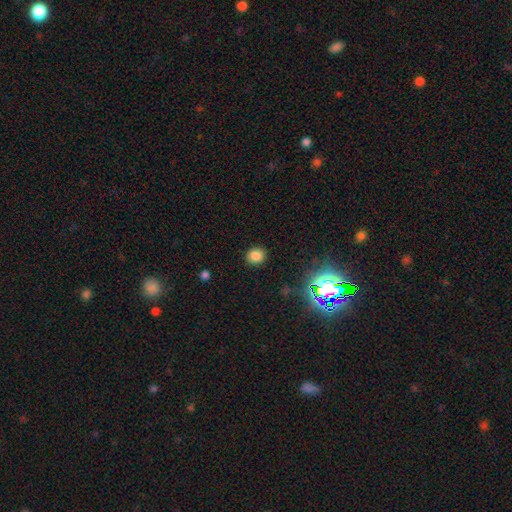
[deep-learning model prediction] Smooth or featured: smooth — 81% (star or artifact — 15%)
How rounded: round — 79% (in between — 20%)
Merging: none — 89% (minor disturbance — 7%)